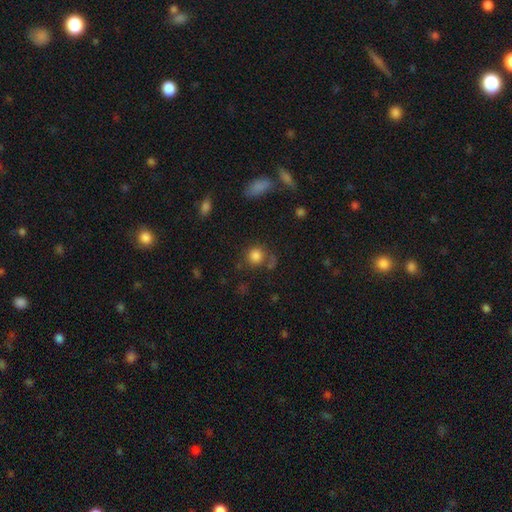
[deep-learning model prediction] Smooth or featured: smooth — 82% (star or artifact — 11%)
How rounded: round — 89% (in between — 10%)
Merging: none — 66% (minor disturbance — 14%)